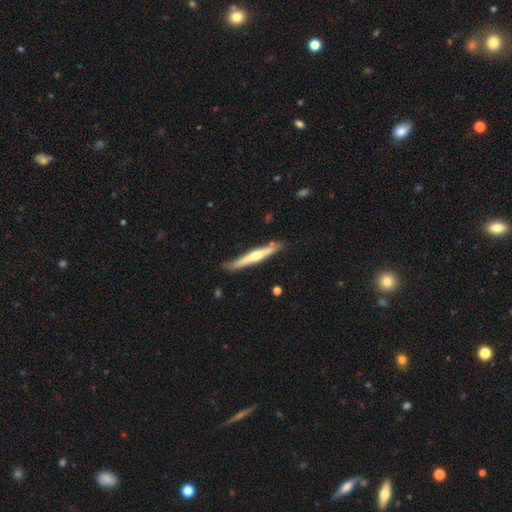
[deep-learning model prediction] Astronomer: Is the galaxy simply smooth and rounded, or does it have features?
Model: featured or disk — 58% (runner-up: smooth, 37%).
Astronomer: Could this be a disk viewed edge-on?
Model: yes — 95%.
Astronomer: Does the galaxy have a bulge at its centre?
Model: rounded — 81%.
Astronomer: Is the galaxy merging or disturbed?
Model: none — 79%.